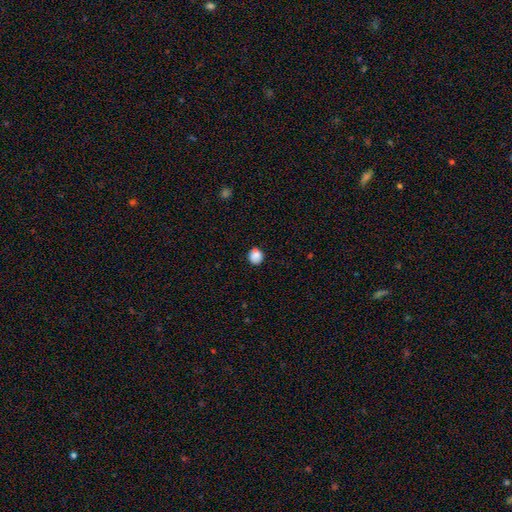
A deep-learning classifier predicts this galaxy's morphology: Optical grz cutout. It shows a smooth galaxy with no disk features (87%) that is round (84%). Merging: none (85%).